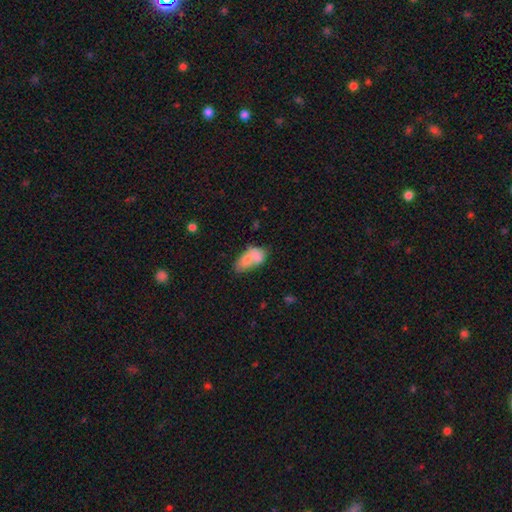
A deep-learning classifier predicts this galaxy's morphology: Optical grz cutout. It shows a smooth galaxy with no disk features (73%) that is in between round and cigar-shaped (85%). Merging: merger (65%).